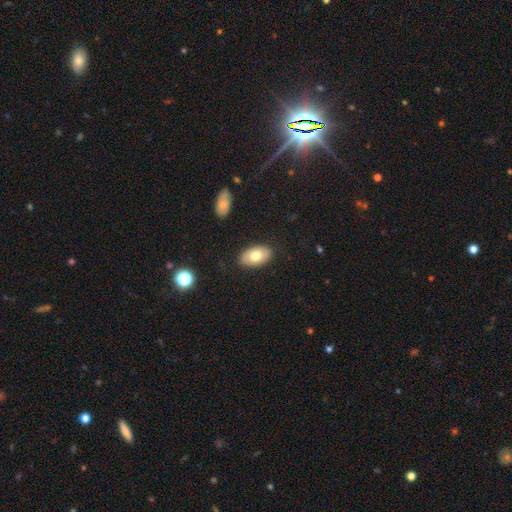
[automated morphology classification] A smooth galaxy with no disk features (74%) that is in between round and cigar-shaped (93%). Merging: none (87%).